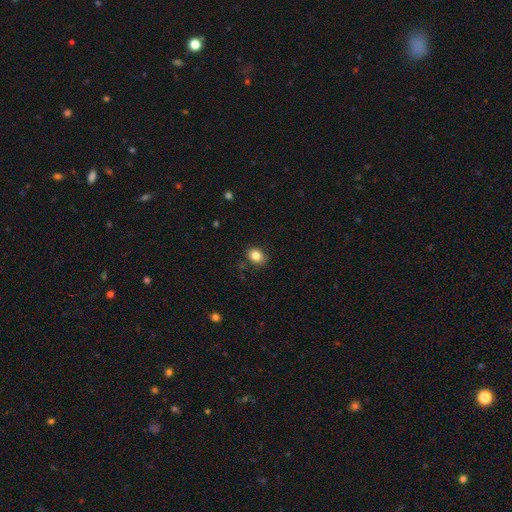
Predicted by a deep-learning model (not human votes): The model was most divided on "how rounded": in between: 62%, round: 37%, cigar-shaped: 1%. More confident: merging — none (85%); smooth or featured — smooth (83%).